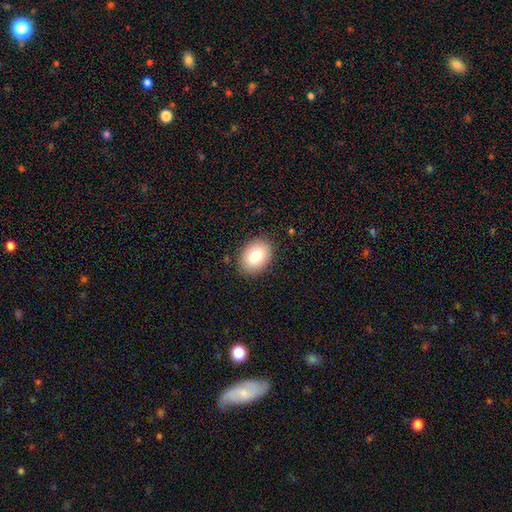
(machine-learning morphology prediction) This appears to be a smooth galaxy with no disk features (83%) that is in between round and cigar-shaped (78%). Merging: none (87%).